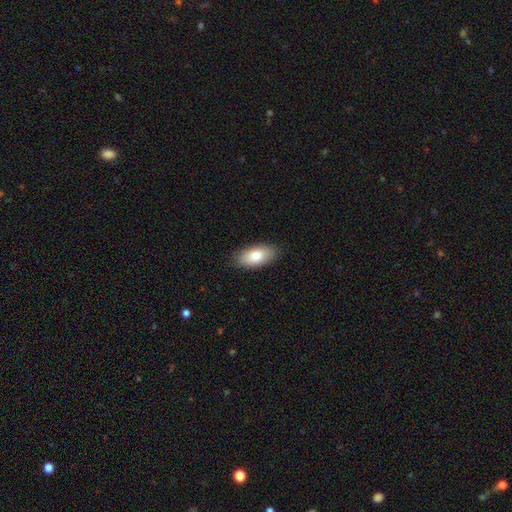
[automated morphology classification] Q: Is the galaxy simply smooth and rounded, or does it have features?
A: smooth — 81%.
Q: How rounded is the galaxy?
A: in between — 92%.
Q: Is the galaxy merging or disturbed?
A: none — 87%.